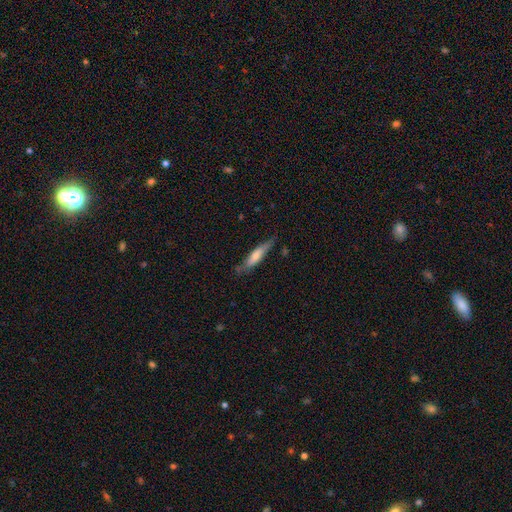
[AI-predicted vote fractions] smooth_or_featured: smooth (p=0.61) [alt: featured or disk p=0.33]
how_rounded: cigar-shaped (p=0.80) [alt: in between p=0.19]
merging: none (p=0.67) [alt: minor disturbance p=0.25]